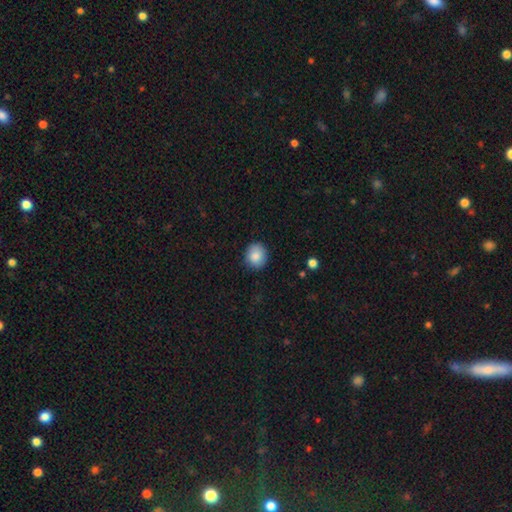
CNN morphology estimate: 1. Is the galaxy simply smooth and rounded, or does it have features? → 86% smooth, 8% star or artifact, 6% featured or disk.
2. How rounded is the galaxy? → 78% round, 21% in between, 1% cigar-shaped.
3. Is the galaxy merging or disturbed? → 88% none, 9% minor disturbance, 2% major disturbance, 1% merger.